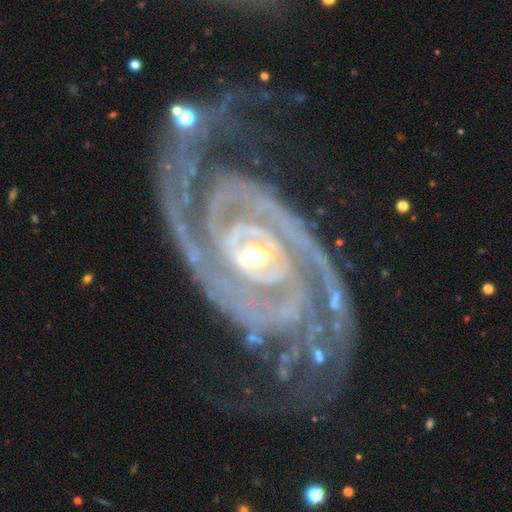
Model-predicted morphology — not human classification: This is clearly a featured or disk galaxy (92%). It is clearly not viewed edge-on (96%). Bar: marginally weak (36%). Spiral arm pattern: clearly yes (94%). Spiral arm count: possibly 2 (47%). Spiral winding: likely tight (61%). Central bulge: possibly moderate (56%). Merging: possibly none (59%).